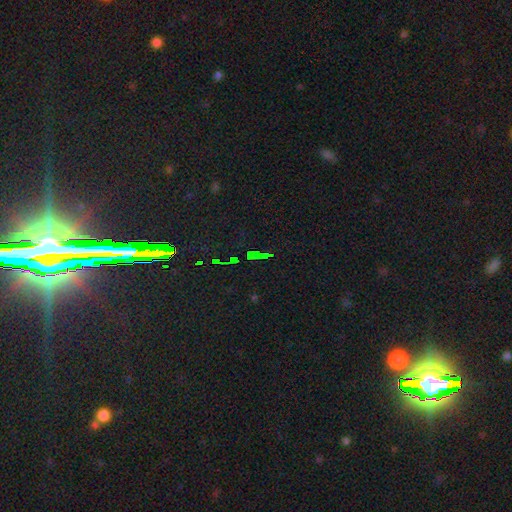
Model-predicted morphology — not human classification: smooth-or-featured: star or artifact: 74% | smooth: 15% | featured or disk: 11%